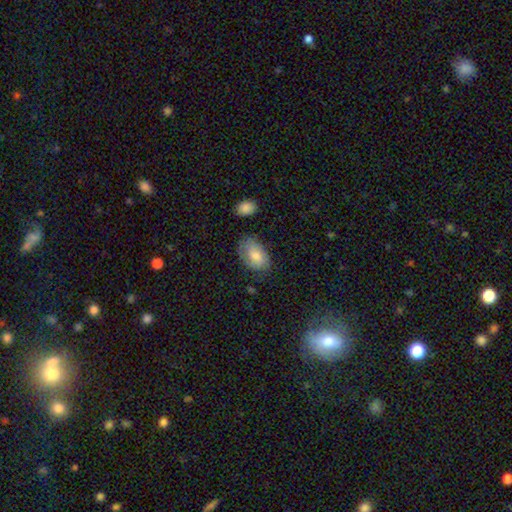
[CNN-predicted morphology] A smooth galaxy with no disk features (76%) that is in between round and cigar-shaped (89%). Merging: none (65%).